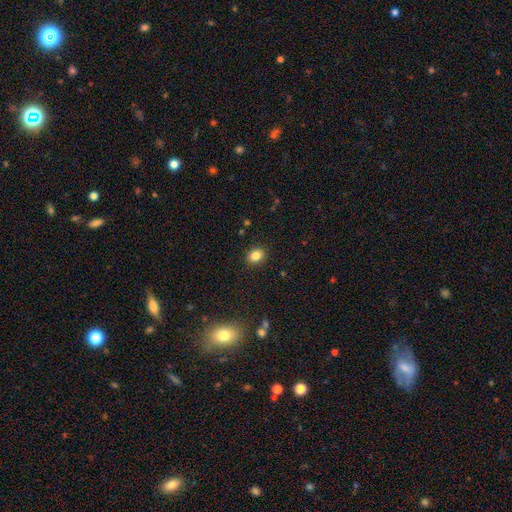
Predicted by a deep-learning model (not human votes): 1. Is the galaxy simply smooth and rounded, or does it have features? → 83% smooth, 11% star or artifact, 6% featured or disk.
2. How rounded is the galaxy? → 58% in between, 41% round, 1% cigar-shaped.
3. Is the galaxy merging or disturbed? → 89% none, 7% minor disturbance, 2% major disturbance, 1% merger.